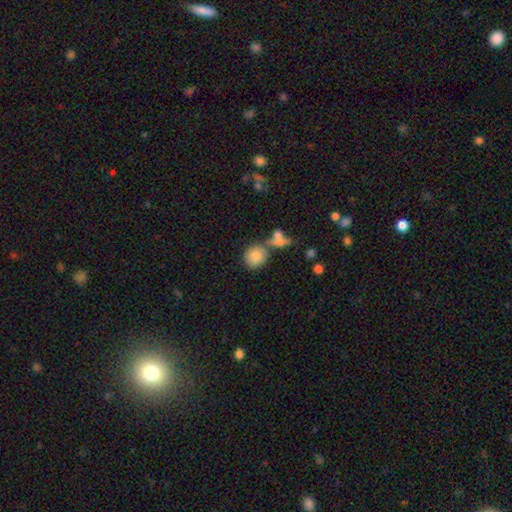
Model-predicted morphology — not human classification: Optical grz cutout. It shows a smooth galaxy with no disk features (82%) that is round (78%). Merging: none (56%).